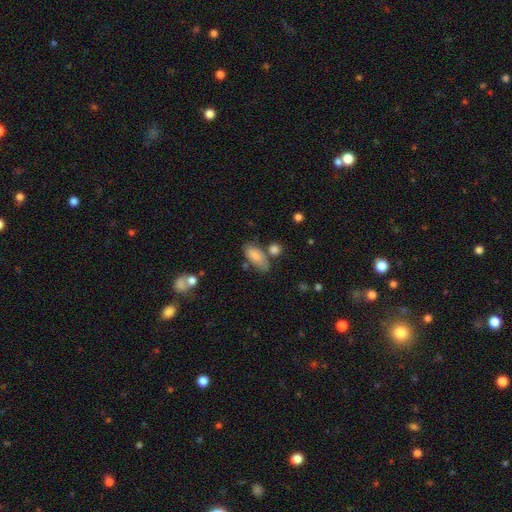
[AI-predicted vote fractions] Smooth or featured?
  - smooth: 82% *
  - featured or disk: 11%
  - star or artifact: 7%
How rounded?
  - in between: 88% *
  - cigar-shaped: 9%
  - round: 3%
Merging?
  - none: 59% *
  - minor disturbance: 21%
  - merger: 13%
  - major disturbance: 7%